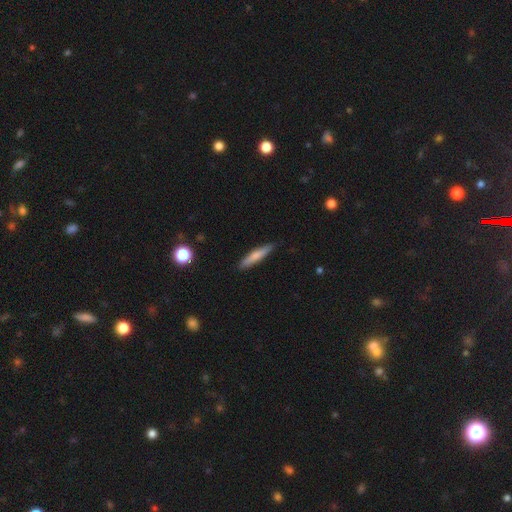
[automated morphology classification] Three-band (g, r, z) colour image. It shows a smooth galaxy with no disk features (70%) that is cigar-shaped (89%). Merging: none (88%).